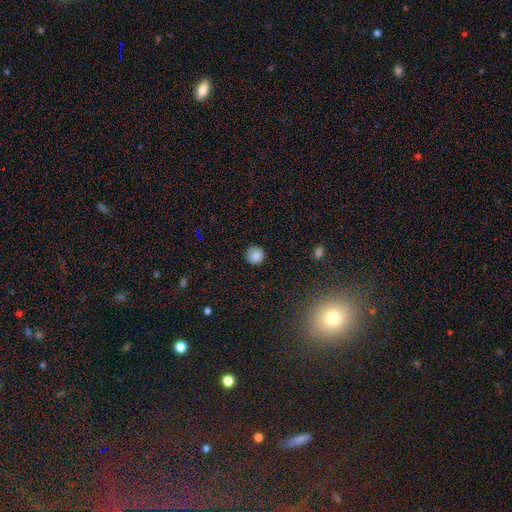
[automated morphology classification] The model was most divided on "smooth or featured": smooth: 85%, star or artifact: 10%, featured or disk: 4%. More confident: how rounded — round (93%); merging — none (86%).